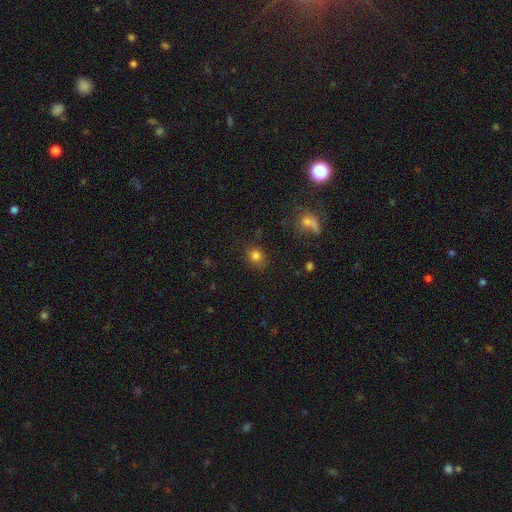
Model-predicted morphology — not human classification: Overall: smooth (80%). How rounded: round (74%). Merging: none (83%).